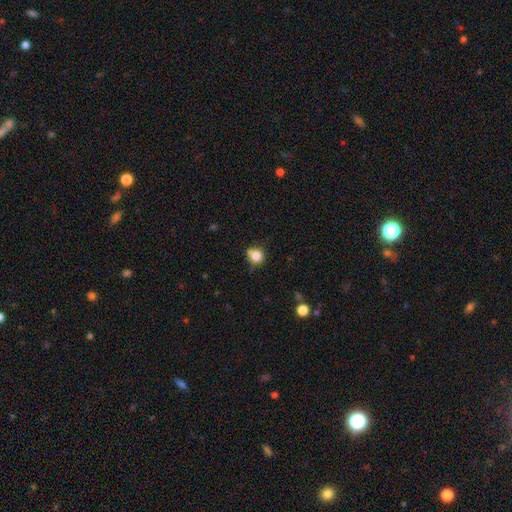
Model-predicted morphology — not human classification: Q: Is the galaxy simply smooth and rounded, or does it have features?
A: smooth — 81%.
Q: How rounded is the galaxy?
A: round — 81%.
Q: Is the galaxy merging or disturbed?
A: none — 63%.